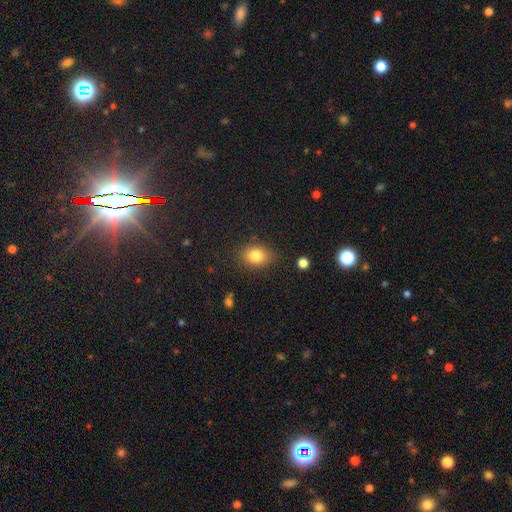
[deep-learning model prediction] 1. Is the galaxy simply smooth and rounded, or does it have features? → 82% smooth, 10% star or artifact, 8% featured or disk.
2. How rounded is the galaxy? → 61% in between, 38% round, 1% cigar-shaped.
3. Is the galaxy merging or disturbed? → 84% none, 11% minor disturbance, 3% major disturbance, 2% merger.